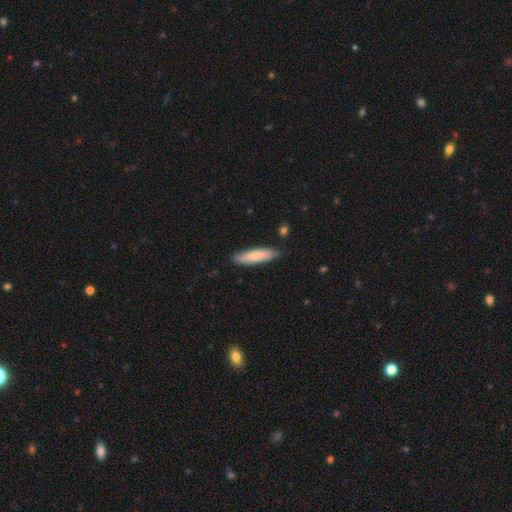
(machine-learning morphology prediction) The model was most divided on "how rounded": cigar-shaped: 70%, in between: 28%, round: 1%. More confident: merging — none (85%); smooth or featured — smooth (80%).